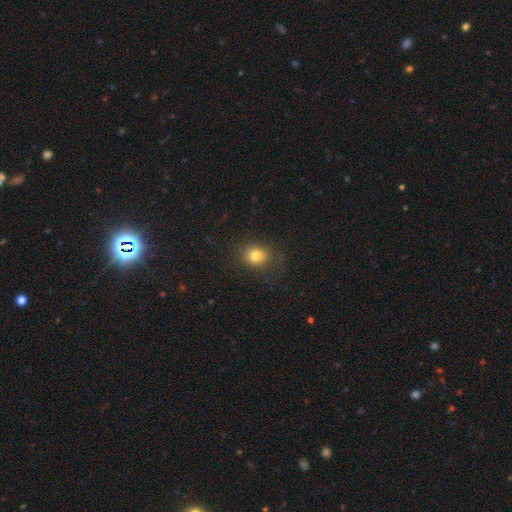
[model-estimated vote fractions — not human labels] Overall: smooth (79%). How rounded: round (69%; in between 30%). Merging: none (81%).